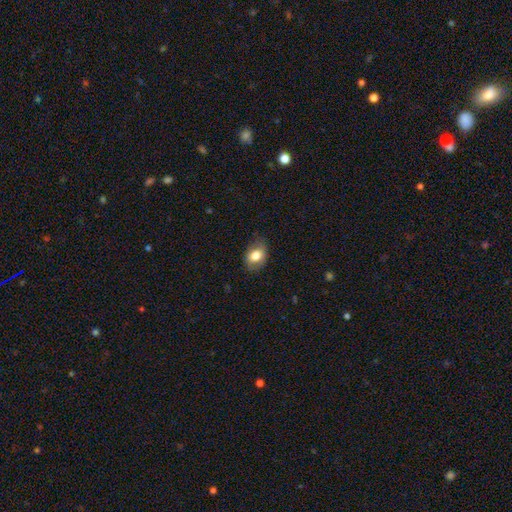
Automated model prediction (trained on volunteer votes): Smooth or featured: smooth — 77% (featured or disk — 15%)
How rounded: in between — 78% (round — 21%)
Merging: none — 78% (minor disturbance — 16%)